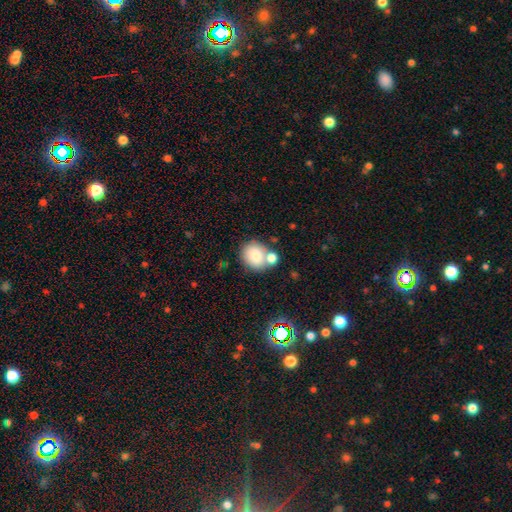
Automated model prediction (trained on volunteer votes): This appears to be a smooth galaxy with no disk features (80%) that is round (70%). Merging: none (55%).